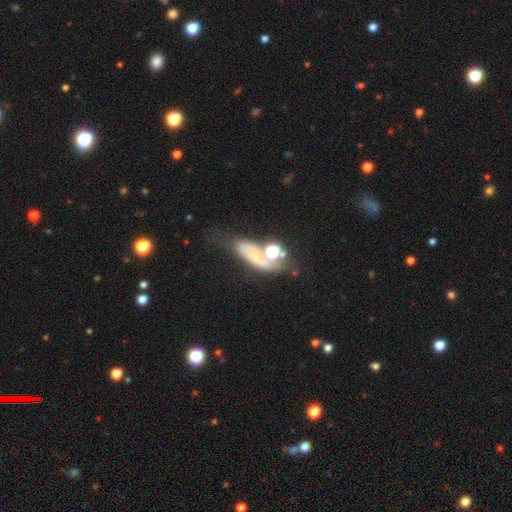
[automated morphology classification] featured or disk 47%, smooth 36%, star or artifact 17%. Down the decision tree: merging — none (31%).